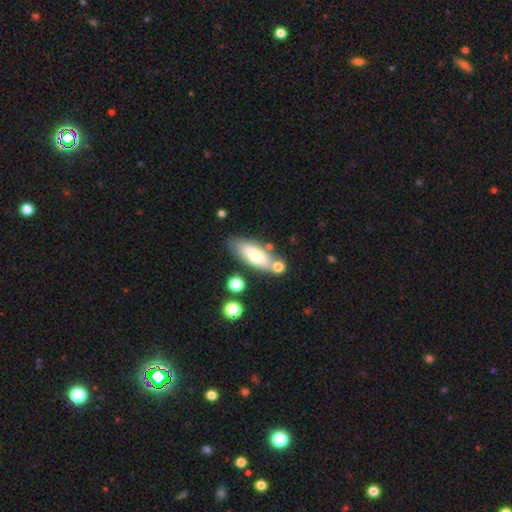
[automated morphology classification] Smooth or featured? smooth (65%)
How rounded? in between (66%)
Merging? none (72%)